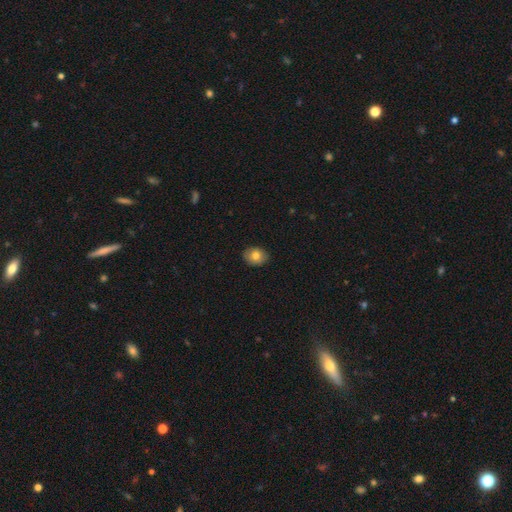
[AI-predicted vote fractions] This is likely a smooth galaxy (77%). How rounded: possibly in between (58%). Merging: clearly none (86%).